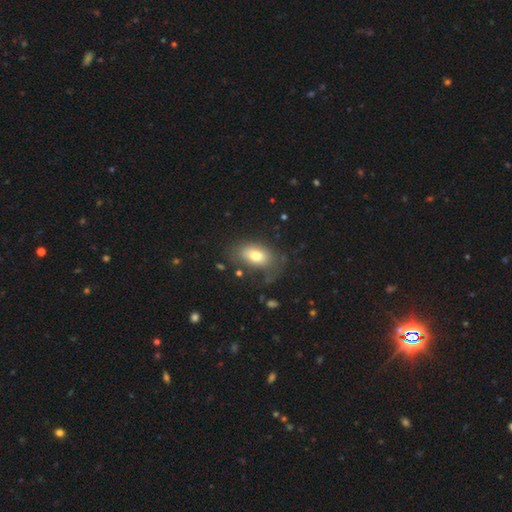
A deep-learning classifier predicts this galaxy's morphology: Smooth or featured? Predicted: smooth (p=0.74). How rounded? Predicted: in between (p=0.88). Merging? Predicted: none (p=0.62).